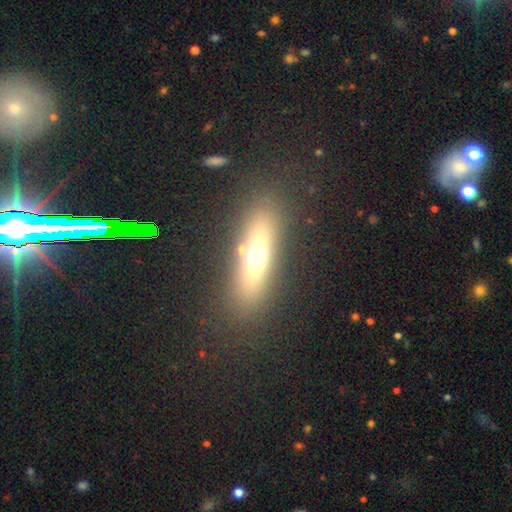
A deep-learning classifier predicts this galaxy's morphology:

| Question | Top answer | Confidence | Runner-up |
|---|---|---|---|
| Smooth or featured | smooth | 53% | featured or disk (33%) |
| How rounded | in between | 50% | cigar-shaped (45%) |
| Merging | none | 82% | minor disturbance (10%) |